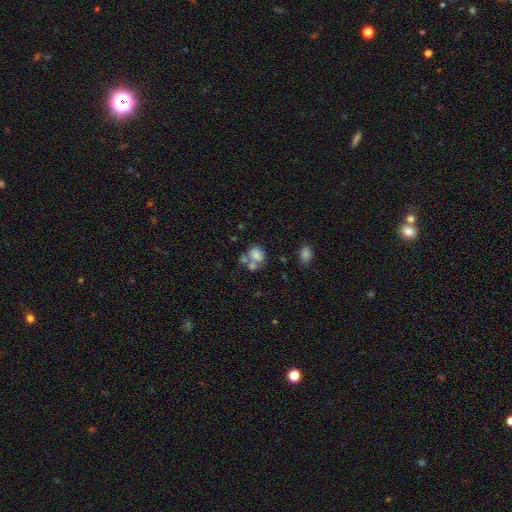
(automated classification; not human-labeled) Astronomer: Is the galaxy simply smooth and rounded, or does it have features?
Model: smooth — 75%.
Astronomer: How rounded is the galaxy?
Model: in between — 57% (runner-up: round, 42%).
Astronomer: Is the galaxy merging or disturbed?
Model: merger — 43% (runner-up: none, 35%).